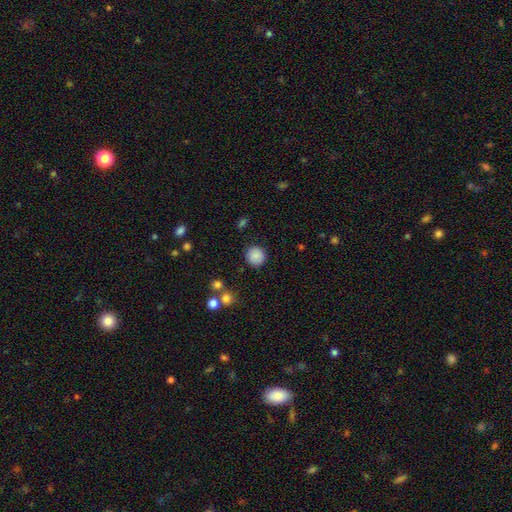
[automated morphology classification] A smooth galaxy with no disk features (87%) that is round (92%). Merging: none (88%).